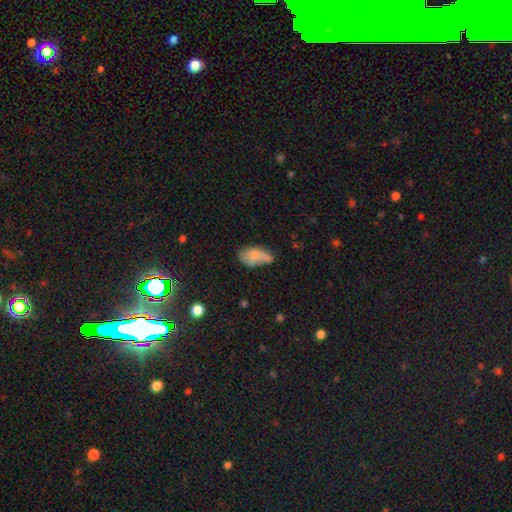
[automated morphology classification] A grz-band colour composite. It shows a smooth galaxy with no disk features (69%) that is in between round and cigar-shaped (91%). Merging: minor disturbance (34%).